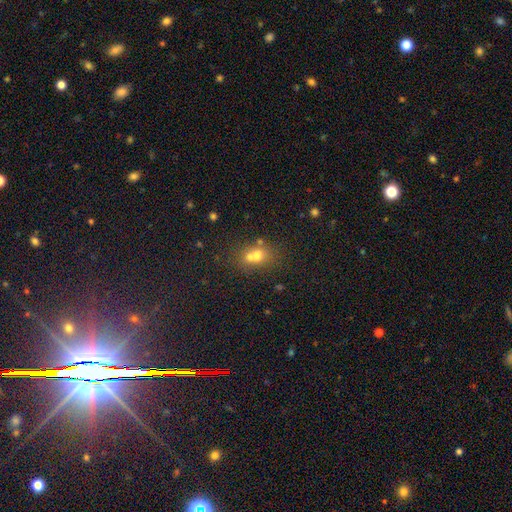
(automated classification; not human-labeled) The model was most divided on "how rounded": round: 57%, in between: 41%, cigar-shaped: 2%. More confident: smooth or featured — smooth (60%); merging — merger (52%).